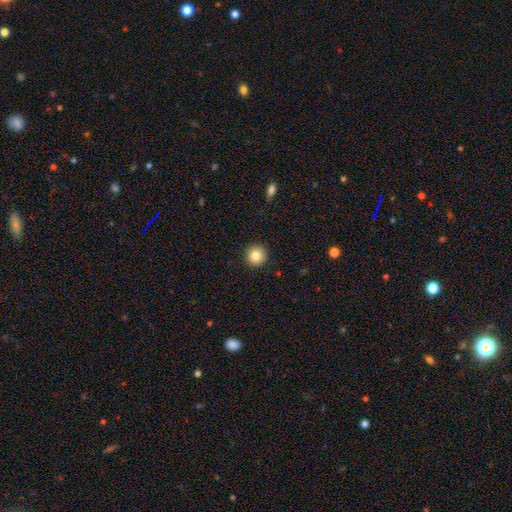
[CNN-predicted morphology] The model was most divided on "smooth or featured": smooth: 83%, star or artifact: 10%, featured or disk: 7%. More confident: how rounded — round (95%); merging — none (92%).